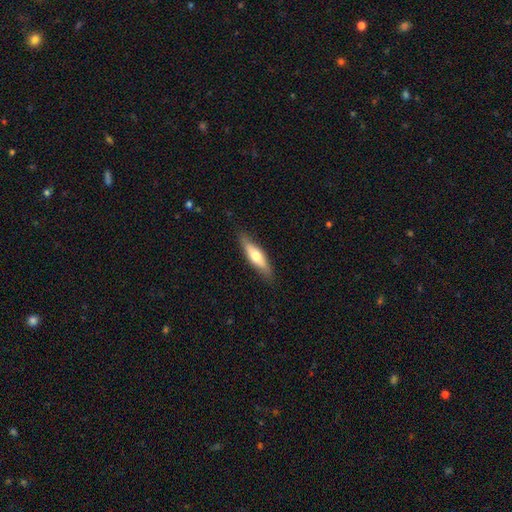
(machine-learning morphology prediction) smooth 57%, featured or disk 38%, star or artifact 5%. Down the decision tree: how rounded — cigar-shaped (65%); merging — none (85%).